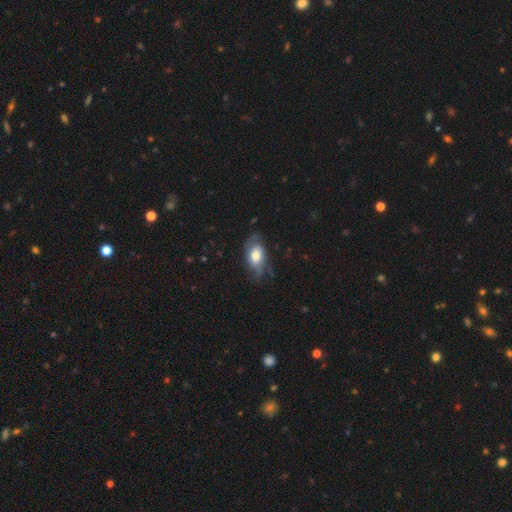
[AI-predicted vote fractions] A smooth galaxy with no disk features (49%). Merging: none (56%).